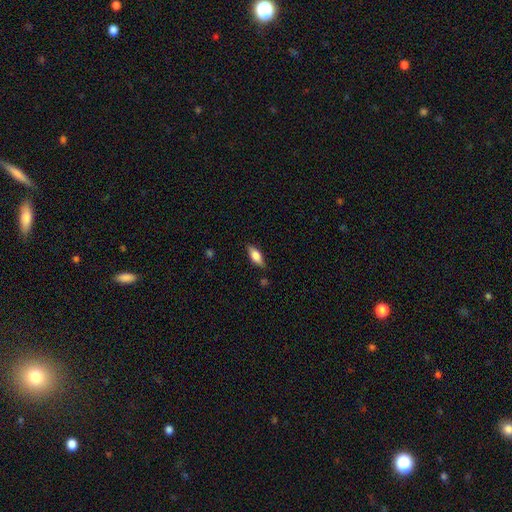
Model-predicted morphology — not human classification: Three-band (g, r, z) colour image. It shows a smooth galaxy with no disk features (70%) that is in between round and cigar-shaped (76%). Merging: none (82%).